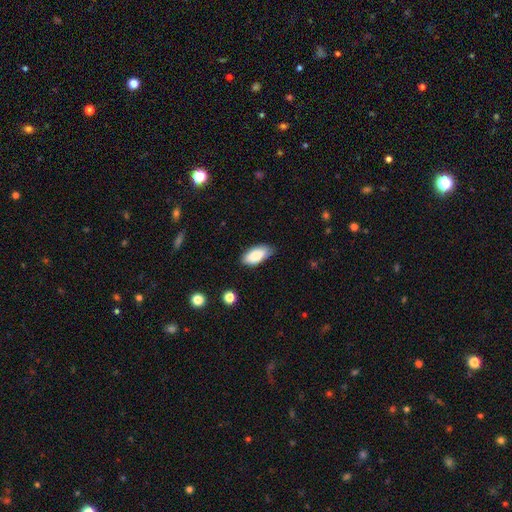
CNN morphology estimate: This appears to be a smooth galaxy with no disk features (84%) that is in between round and cigar-shaped (91%). Merging: none (79%).